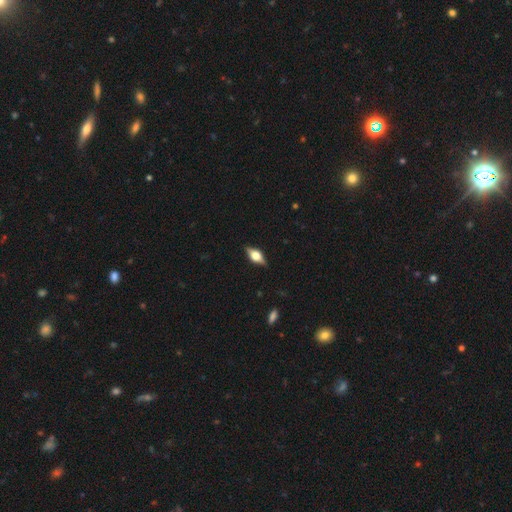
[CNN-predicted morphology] A featured or disk galaxy (64%) viewed edge-on (94%) with a rounded central bulge (92%).

Vote fractions:
- Smooth or featured? featured or disk: 64% / smooth: 28% / star or artifact: 8%
- Edge-on disk? yes: 94% / no: 6%
- Edge-on bulge? rounded: 92% / boxy: 7% / none: 1%
- Merging? none: 86% / minor disturbance: 11% / major disturbance: 2% / merger: 1%